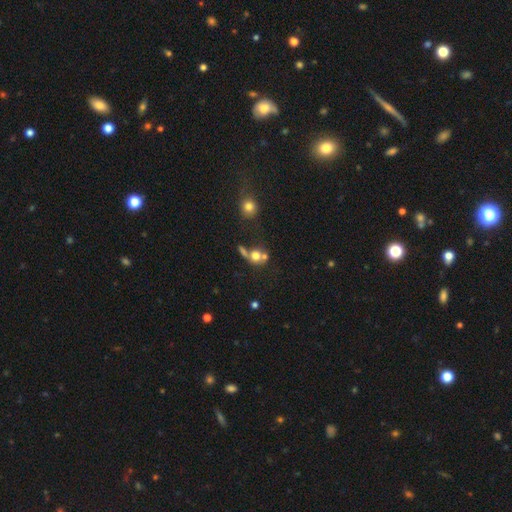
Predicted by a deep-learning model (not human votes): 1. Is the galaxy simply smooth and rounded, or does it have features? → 68% smooth, 17% featured or disk, 14% star or artifact.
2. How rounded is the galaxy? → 77% round, 21% in between, 2% cigar-shaped.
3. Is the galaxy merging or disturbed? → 43% merger, 37% none, 11% minor disturbance, 10% major disturbance.